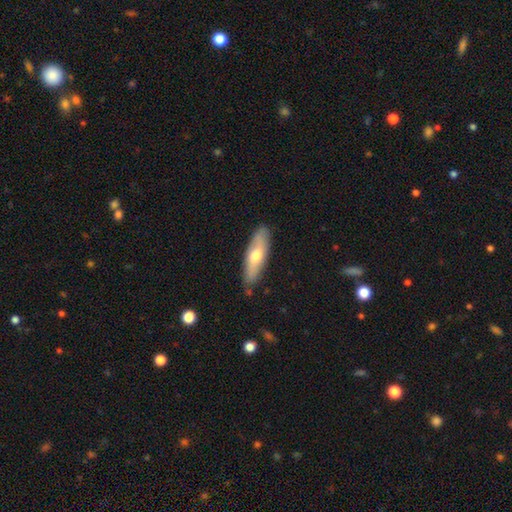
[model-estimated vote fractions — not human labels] Smooth or featured: smooth — 58% (featured or disk — 37%)
How rounded: cigar-shaped — 55% (in between — 43%)
Merging: none — 84% (minor disturbance — 12%)